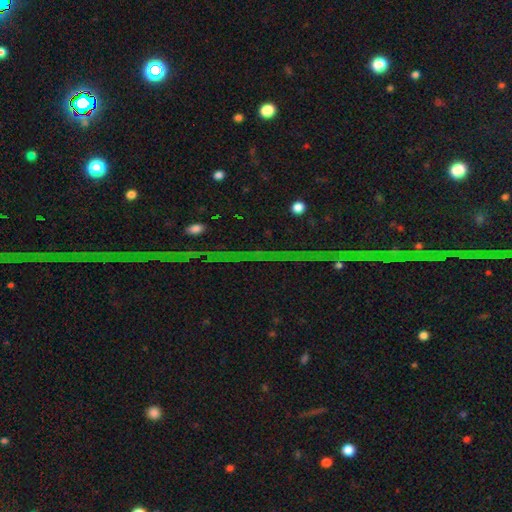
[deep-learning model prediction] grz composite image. It shows a star or artifact, not a galaxy (85%).